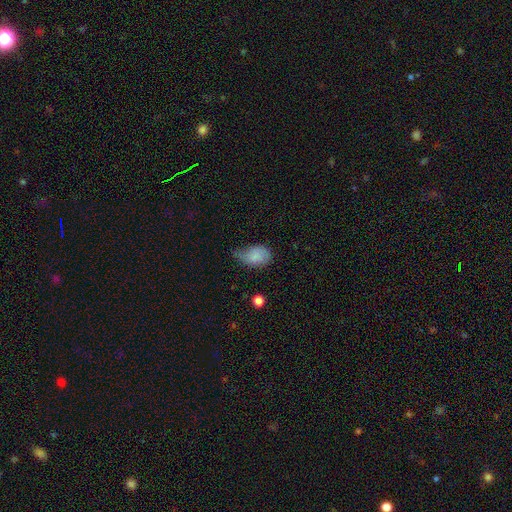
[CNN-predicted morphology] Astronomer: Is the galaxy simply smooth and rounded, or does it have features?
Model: smooth — 78%.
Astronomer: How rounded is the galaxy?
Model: in between — 84%.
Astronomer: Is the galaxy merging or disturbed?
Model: minor disturbance — 48% (runner-up: none, 29%).